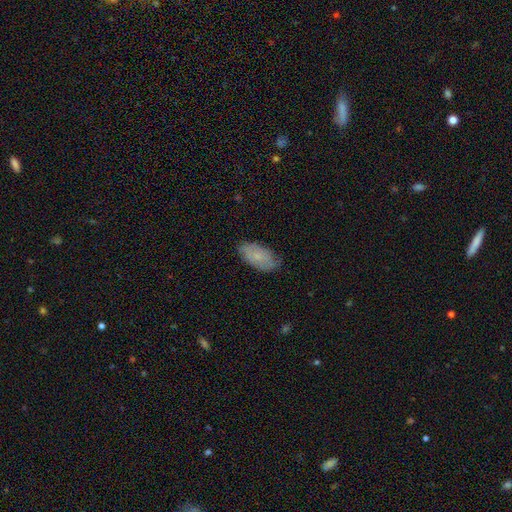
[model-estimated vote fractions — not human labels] A smooth galaxy with no disk features (67%) that is in between round and cigar-shaped (93%). Merging: none (77%).